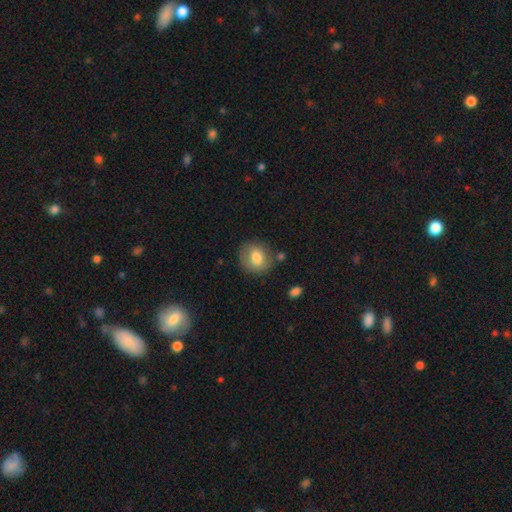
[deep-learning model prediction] smooth-or-featured: smooth: 76% | featured or disk: 16% | star or artifact: 9%
  how-rounded: round: 72% | in between: 27% | cigar-shaped: 1%
  merging: none: 76% | minor disturbance: 15% | merger: 4% | major disturbance: 4%